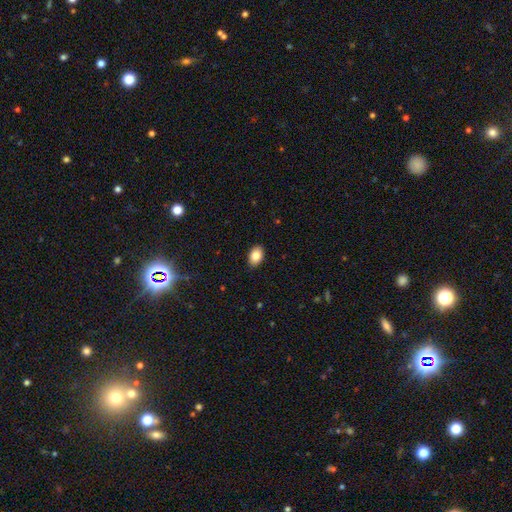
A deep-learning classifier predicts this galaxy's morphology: smooth_or_featured: smooth (p=0.84) [alt: featured or disk p=0.08]
how_rounded: in between (p=0.88) [alt: round p=0.11]
merging: none (p=0.89) [alt: minor disturbance p=0.08]